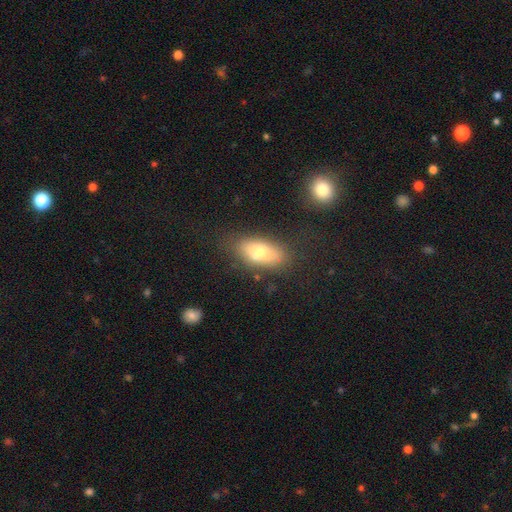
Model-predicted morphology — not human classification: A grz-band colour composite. It shows a smooth galaxy with no disk features (66%) that is in between round and cigar-shaped (85%). Merging: none (63%).